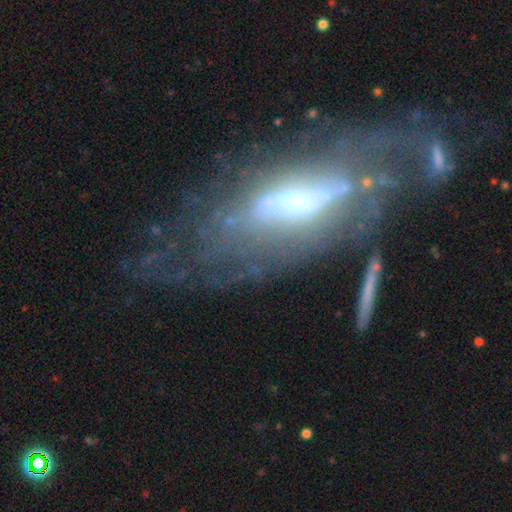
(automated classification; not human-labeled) A featured or disk galaxy (74%) with a weak bar (36%), spiral arms (63%) and a moderate central bulge (44%). Merging: none (45%).